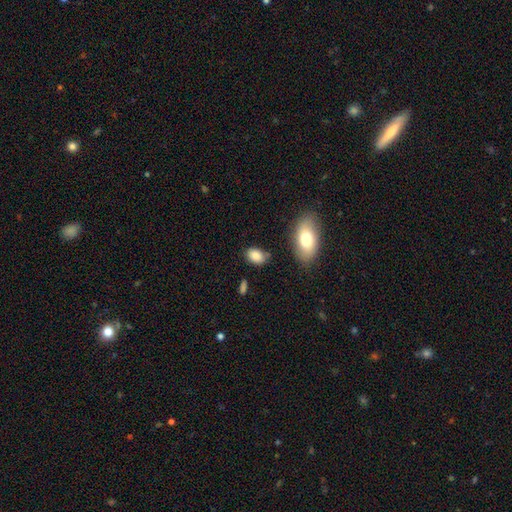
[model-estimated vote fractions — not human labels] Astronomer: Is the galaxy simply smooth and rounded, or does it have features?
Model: smooth — 85%.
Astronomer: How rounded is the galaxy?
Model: in between — 85%.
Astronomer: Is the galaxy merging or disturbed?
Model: none — 73%.